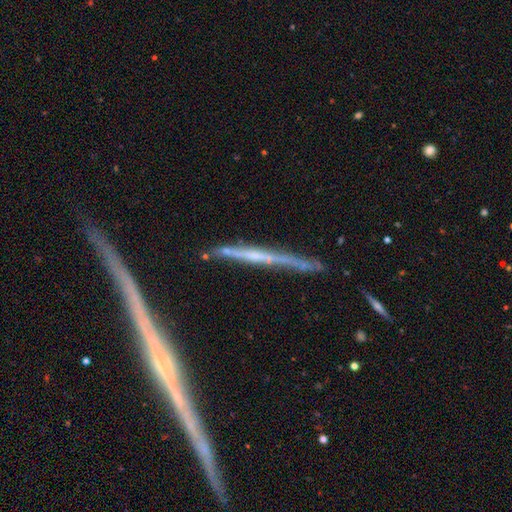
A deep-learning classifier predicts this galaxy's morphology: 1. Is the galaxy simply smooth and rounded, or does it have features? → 70% featured or disk, 22% smooth, 8% star or artifact.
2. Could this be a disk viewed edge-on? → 95% yes, 5% no.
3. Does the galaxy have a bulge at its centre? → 69% none, 19% rounded, 12% boxy.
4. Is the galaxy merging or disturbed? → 72% none, 17% minor disturbance, 5% merger, 5% major disturbance.